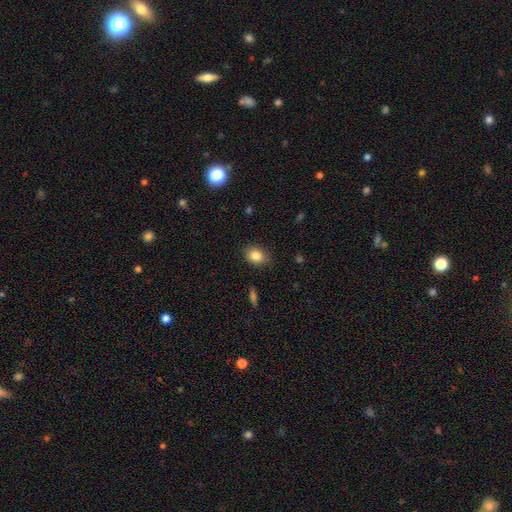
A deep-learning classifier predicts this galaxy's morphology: Smooth or featured? Predicted: smooth (p=0.84). How rounded? Predicted: in between (p=0.62). Merging? Predicted: none (p=0.83).